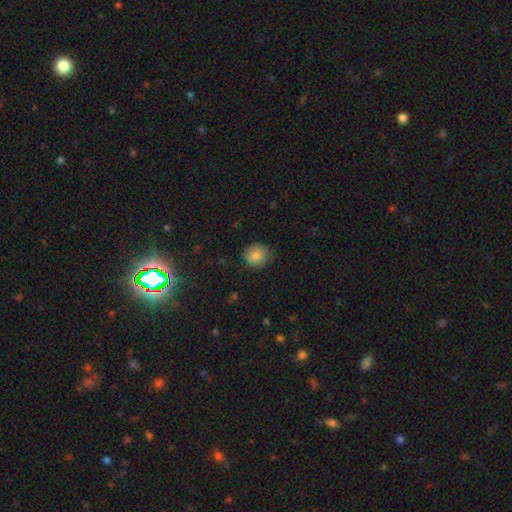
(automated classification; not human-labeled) smooth_or_featured: smooth (p=0.85) [alt: star or artifact p=0.09]
how_rounded: round (p=0.84) [alt: in between p=0.15]
merging: none (p=0.81) [alt: minor disturbance p=0.15]